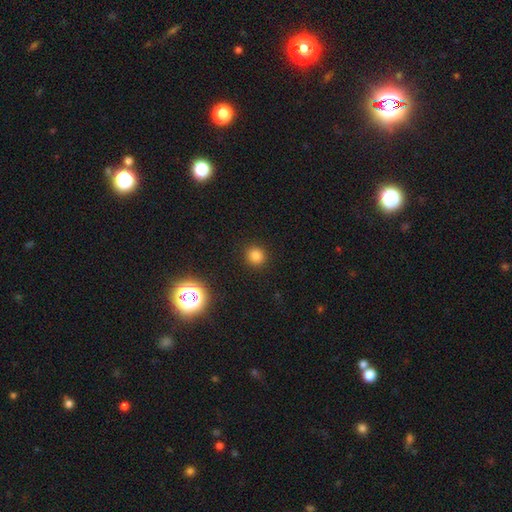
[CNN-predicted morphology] smooth-or-featured: smooth: 80% | star or artifact: 15% | featured or disk: 5%
  how-rounded: round: 89% | in between: 10% | cigar-shaped: 1%
  merging: none: 91% | minor disturbance: 6% | major disturbance: 2% | merger: 1%